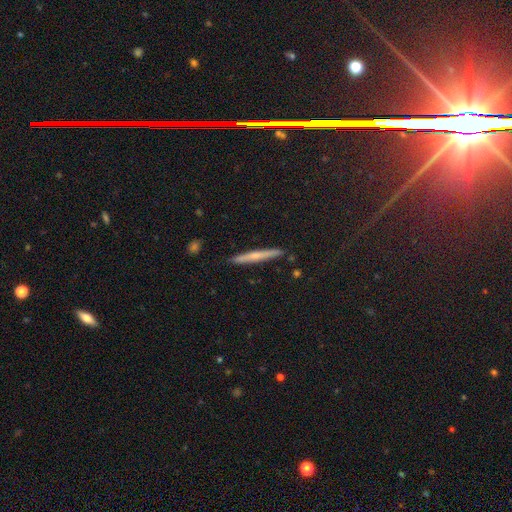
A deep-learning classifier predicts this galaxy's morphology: smooth-or-featured: featured or disk: 46% | smooth: 45% | star or artifact: 9%
  merging: none: 90% | minor disturbance: 7% | merger: 1% | major disturbance: 1%